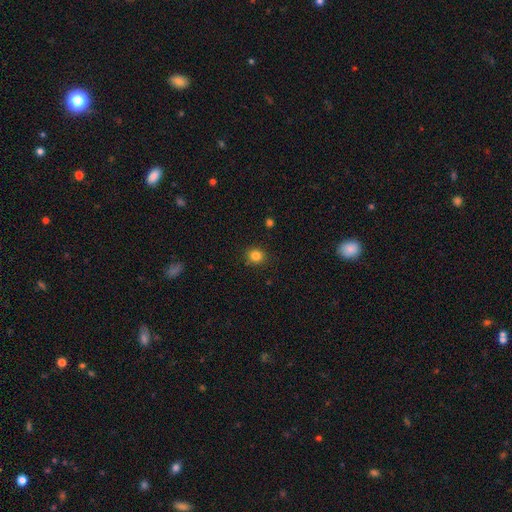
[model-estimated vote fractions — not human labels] A smooth galaxy with no disk features (83%) that is round (85%).

Vote fractions:
- Smooth or featured? smooth: 83% / star or artifact: 12% / featured or disk: 5%
- How rounded? round: 85% / in between: 15% / cigar-shaped: 1%
- Merging? none: 89% / minor disturbance: 8% / major disturbance: 2% / merger: 2%